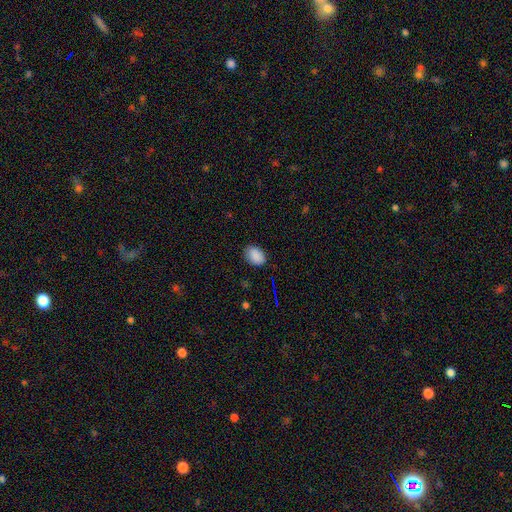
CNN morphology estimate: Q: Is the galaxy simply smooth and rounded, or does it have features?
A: smooth — 89%.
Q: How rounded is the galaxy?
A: in between — 77%.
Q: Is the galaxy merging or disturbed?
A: none — 84%.